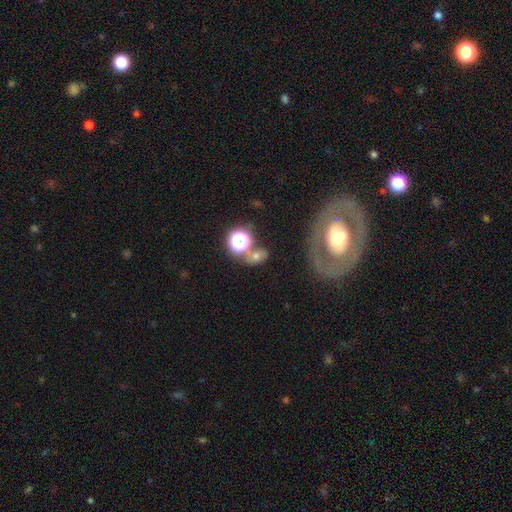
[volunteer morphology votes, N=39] smooth-or-featured: smooth: 59% | featured or disk: 31% | star or artifact: 10%
  how-rounded: in between: 52% | round: 48% | cigar-shaped: 0%
  merging: none: 69% | merger: 14% | minor disturbance: 11% | major disturbance: 6%